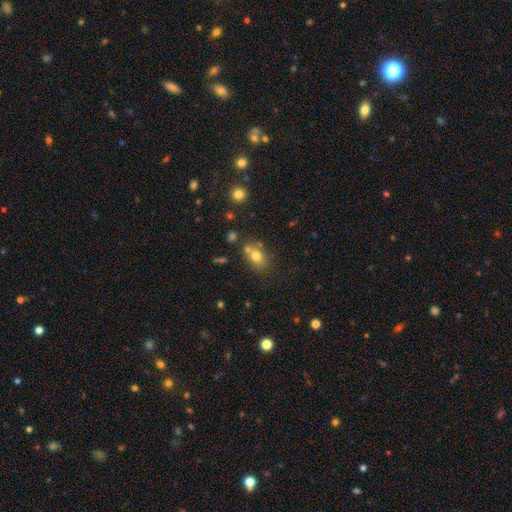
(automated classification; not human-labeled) A smooth galaxy with no disk features (73%) that is in between round and cigar-shaped (63%).

Vote fractions:
- Smooth or featured? smooth: 73% / featured or disk: 14% / star or artifact: 13%
- How rounded? in between: 63% / round: 35% / cigar-shaped: 2%
- Merging? none: 57% / merger: 23% / minor disturbance: 15% / major disturbance: 5%